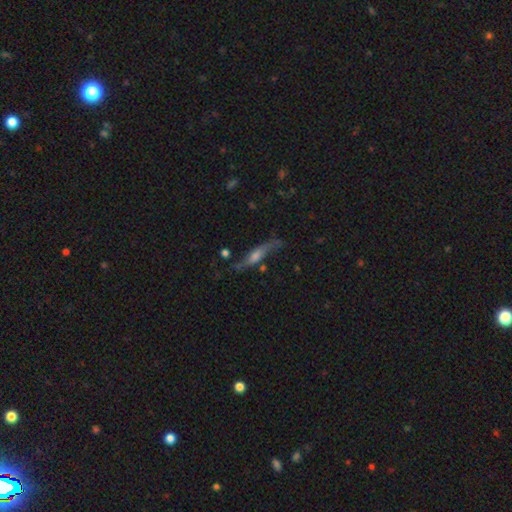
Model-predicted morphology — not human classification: smooth-or-featured: featured or disk: 64% | smooth: 27% | star or artifact: 9%
  disk-edge-on: yes: 69% | no: 31%
  merging: none: 63% | minor disturbance: 22% | major disturbance: 10% | merger: 5%